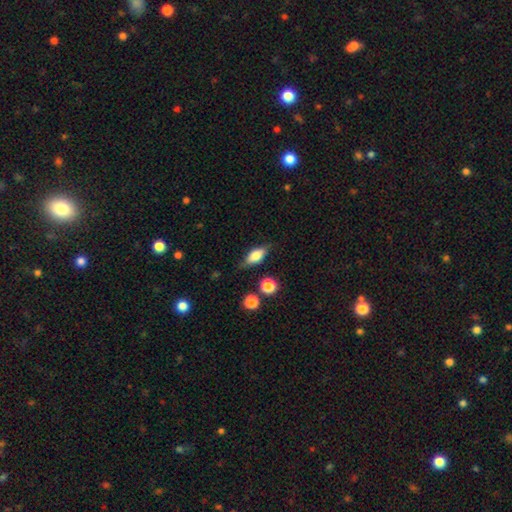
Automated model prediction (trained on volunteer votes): This is likely a smooth galaxy (63%). How rounded: likely in between (78%). Merging: likely none (74%).